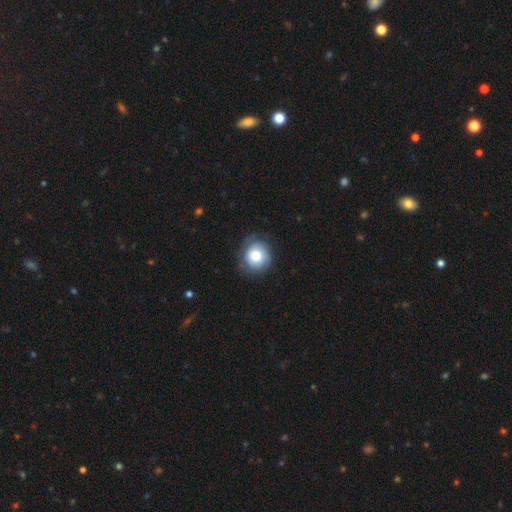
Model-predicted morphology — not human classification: Smooth or featured? smooth (67%)
How rounded? round (87%)
Merging? none (71%)